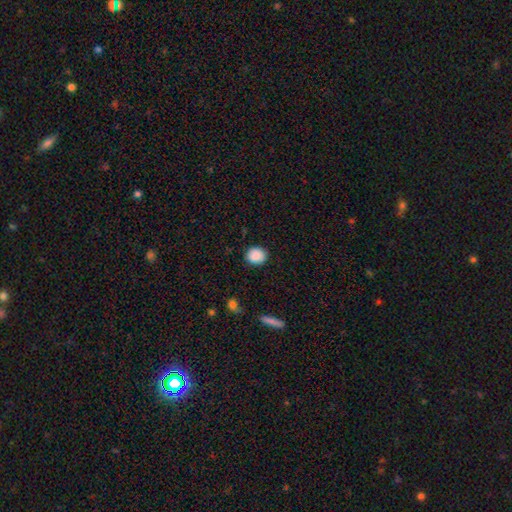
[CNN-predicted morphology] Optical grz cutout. It shows a smooth galaxy with no disk features (89%) that is round (74%). Merging: none (87%).